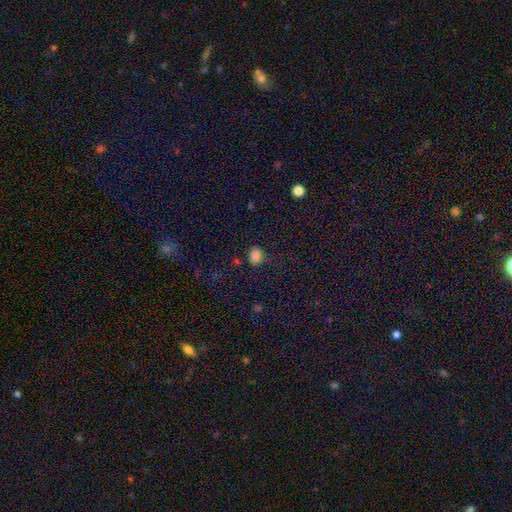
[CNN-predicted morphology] smooth 84%, star or artifact 12%, featured or disk 4%. Down the decision tree: how rounded — in between (63%); merging — none (77%).